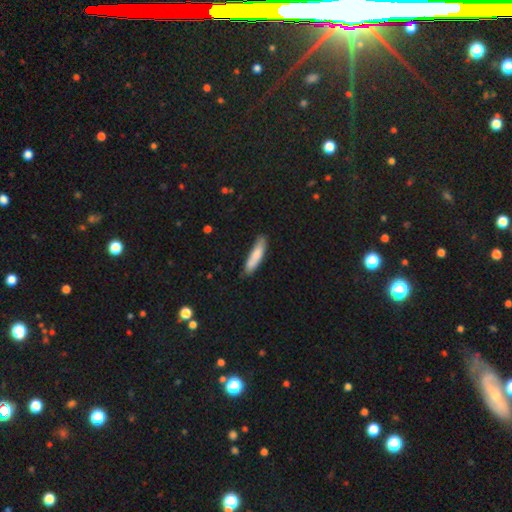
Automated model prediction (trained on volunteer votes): Smooth or featured?
  - smooth: 79% *
  - featured or disk: 15%
  - star or artifact: 6%
How rounded?
  - cigar-shaped: 76% *
  - in between: 23%
  - round: 1%
Merging?
  - none: 78% *
  - minor disturbance: 17%
  - major disturbance: 3%
  - merger: 2%